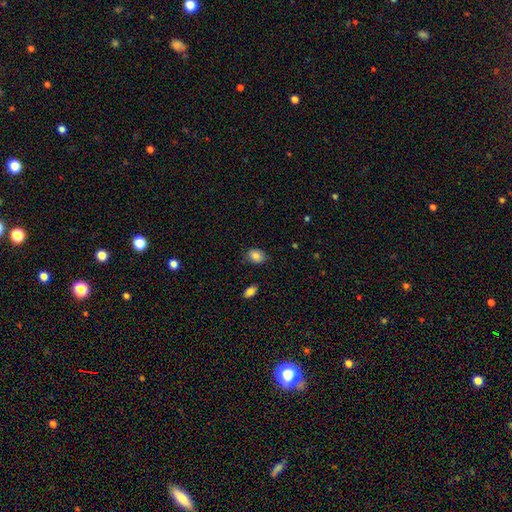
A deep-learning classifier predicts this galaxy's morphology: A smooth galaxy with no disk features (84%) that is in between round and cigar-shaped (66%).

Vote fractions:
- Smooth or featured? smooth: 84% / star or artifact: 9% / featured or disk: 7%
- How rounded? in between: 66% / round: 33% / cigar-shaped: 1%
- Merging? none: 78% / minor disturbance: 17% / major disturbance: 3% / merger: 2%